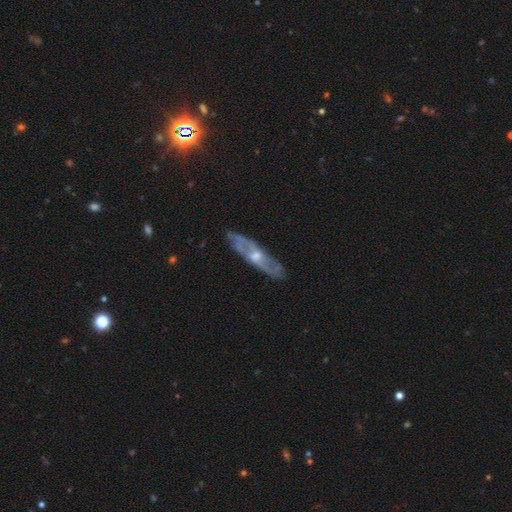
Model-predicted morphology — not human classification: Q: Smooth or featured?
A: featured or disk (75%); runner-up: smooth (18%)
Q: Edge-on disk?
A: no (55%); runner-up: yes (45%)
Q: Merging?
A: none (79%); runner-up: minor disturbance (15%)